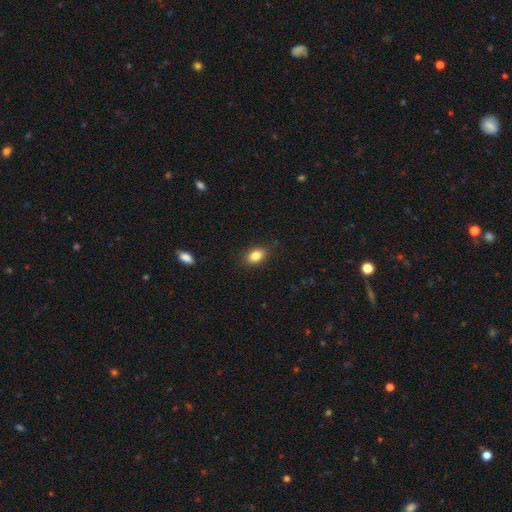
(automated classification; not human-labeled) Morphology: type=smooth (85%); roundness=in between (80%); merging=none (85%).